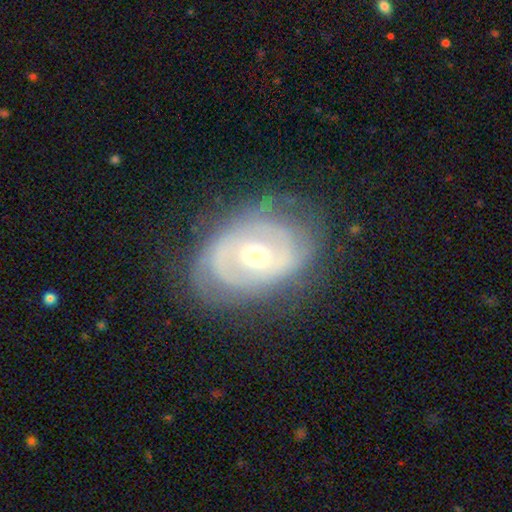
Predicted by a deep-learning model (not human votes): smooth_or_featured: featured or disk (p=0.76) [alt: smooth p=0.18]
disk_edge_on: no (p=0.95) [alt: yes p=0.05]
bar: no (p=0.54) [alt: weak p=0.33]
has_spiral_arms: yes (p=0.70) [alt: no p=0.30]
spiral_winding: tight (p=0.64) [alt: medium p=0.26]
spiral_arm_count: can't tell (p=0.43) [alt: 2 p=0.36]
bulge_size: moderate (p=0.69) [alt: small p=0.24]
merging: none (p=0.70) [alt: minor disturbance p=0.20]